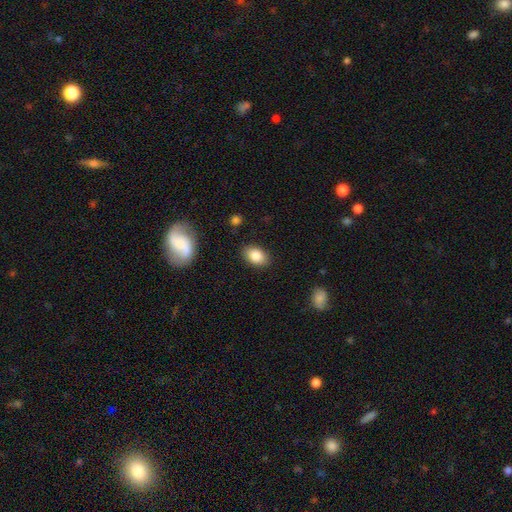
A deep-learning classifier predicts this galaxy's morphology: Smooth or featured: smooth — 85% (star or artifact — 8%)
How rounded: in between — 83% (round — 16%)
Merging: none — 86% (minor disturbance — 10%)